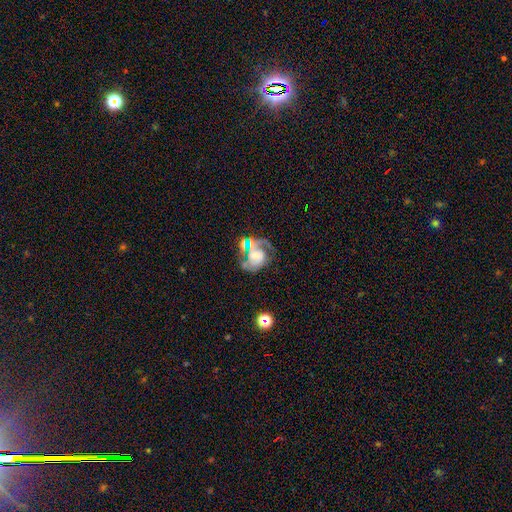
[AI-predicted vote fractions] Smooth or featured? Predicted: featured or disk (p=0.80). Edge-on disk? Predicted: no (p=0.98). Bar? Predicted: no (p=0.48). Spiral arms? Predicted: yes (p=0.91). Spiral winding? Predicted: medium (p=0.47). Spiral arm count? Predicted: 2 (p=0.69). Bulge size? Predicted: small (p=0.48). Merging? Predicted: none (p=0.44).